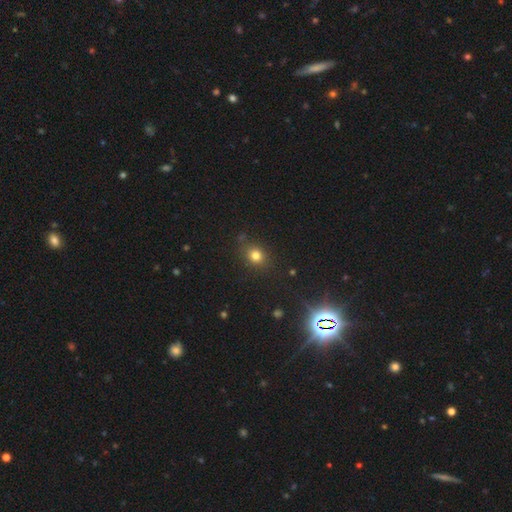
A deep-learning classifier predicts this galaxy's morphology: smooth_or_featured: smooth (p=0.76) [alt: star or artifact p=0.17]
how_rounded: round (p=0.73) [alt: in between p=0.25]
merging: none (p=0.81) [alt: minor disturbance p=0.12]